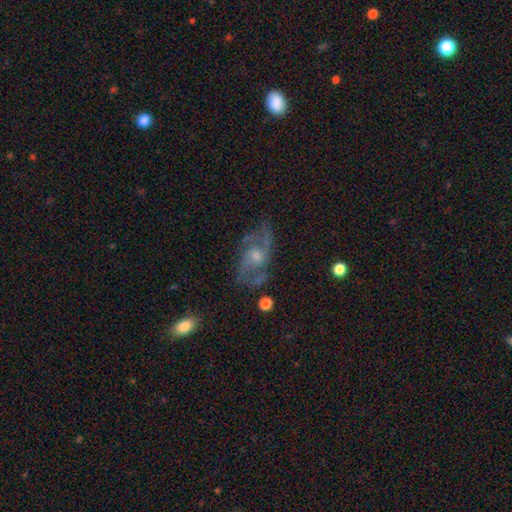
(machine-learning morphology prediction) Q: Smooth or featured?
A: featured or disk (77%); runner-up: smooth (14%)
Q: Edge-on disk?
A: no (95%); runner-up: yes (5%)
Q: Bar?
A: no (61%); runner-up: weak (33%)
Q: Spiral arms?
A: yes (86%); runner-up: no (14%)
Q: Spiral winding?
A: medium (50%); runner-up: loose (30%)
Q: Spiral arm count?
A: 2 (56%); runner-up: can't tell (19%)
Q: Bulge size?
A: moderate (50%); runner-up: small (37%)
Q: Merging?
A: none (66%); runner-up: minor disturbance (19%)